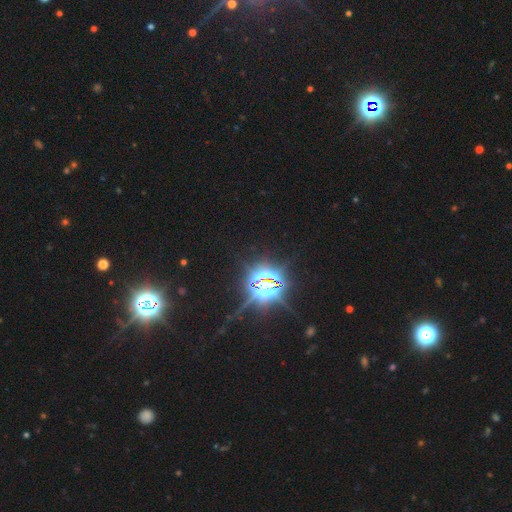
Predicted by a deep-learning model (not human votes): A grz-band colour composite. It shows a star or artifact, not a galaxy (85%).